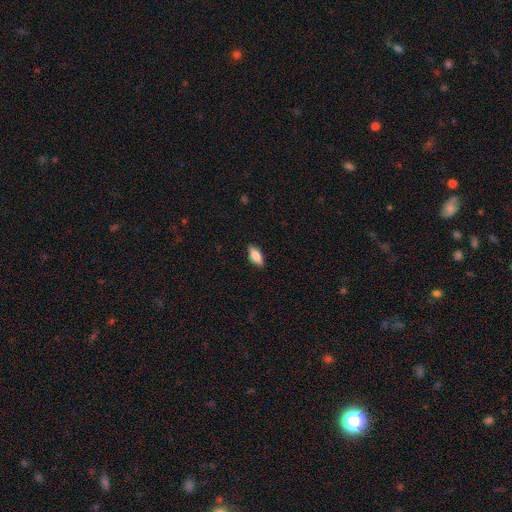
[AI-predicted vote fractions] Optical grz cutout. It shows a smooth galaxy with no disk features (81%) that is in between round and cigar-shaped (82%). Merging: none (88%).